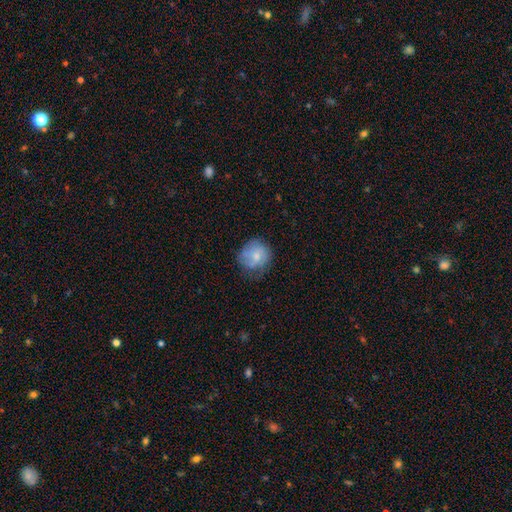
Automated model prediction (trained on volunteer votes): smooth_or_featured: smooth (p=0.59) [alt: featured or disk p=0.33]
how_rounded: round (p=0.80) [alt: in between p=0.19]
merging: none (p=0.58) [alt: minor disturbance p=0.28]